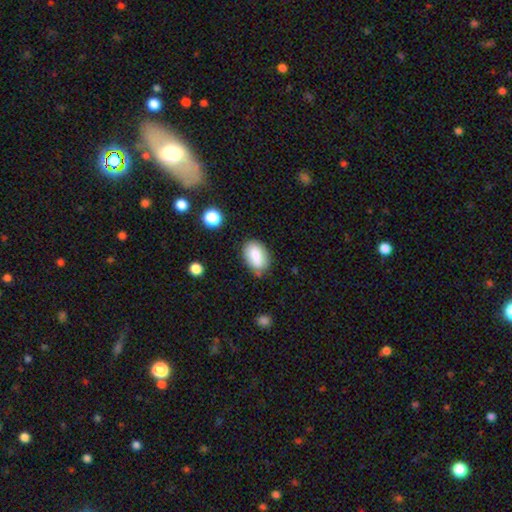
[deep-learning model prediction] smooth 83%, featured or disk 9%, star or artifact 8%. Down the decision tree: how rounded — in between (90%); merging — none (70%).